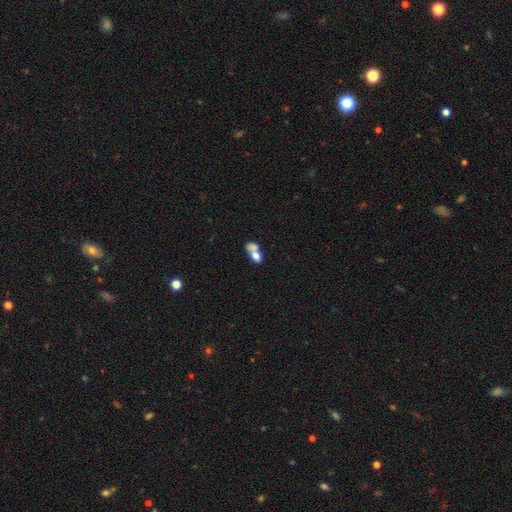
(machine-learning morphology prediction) This appears to be a smooth galaxy with no disk features (68%) that is in between round and cigar-shaped (73%). Merging: merger (70%).